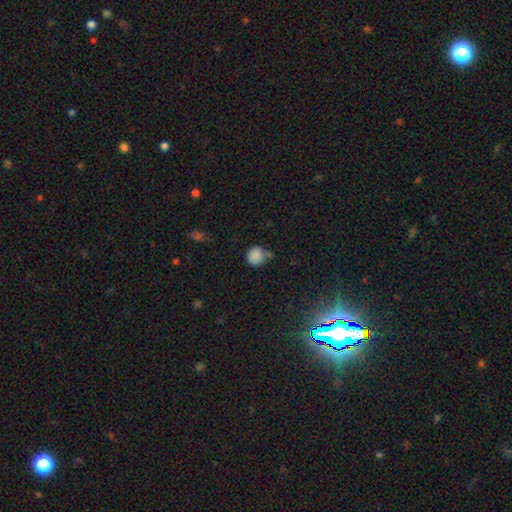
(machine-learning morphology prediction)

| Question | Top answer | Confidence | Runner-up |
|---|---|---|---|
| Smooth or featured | smooth | 86% | star or artifact (10%) |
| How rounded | round | 86% | in between (13%) |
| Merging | none | 63% | minor disturbance (22%) |